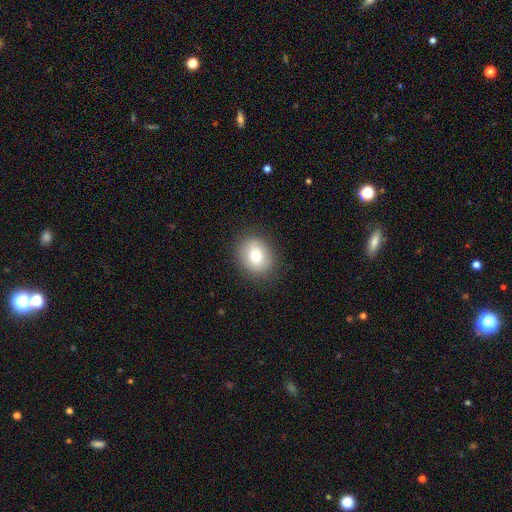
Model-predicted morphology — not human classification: Smooth or featured? Predicted: smooth (p=0.77). How rounded? Predicted: round (p=0.56). Merging? Predicted: none (p=0.88).